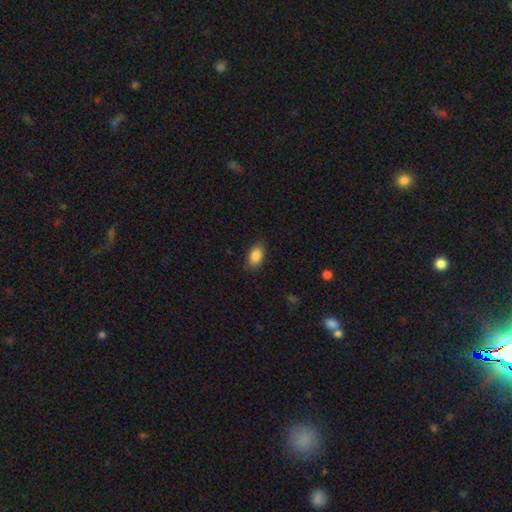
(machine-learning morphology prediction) This is clearly a smooth galaxy (87%). How rounded: clearly in between (91%). Merging: clearly none (83%).